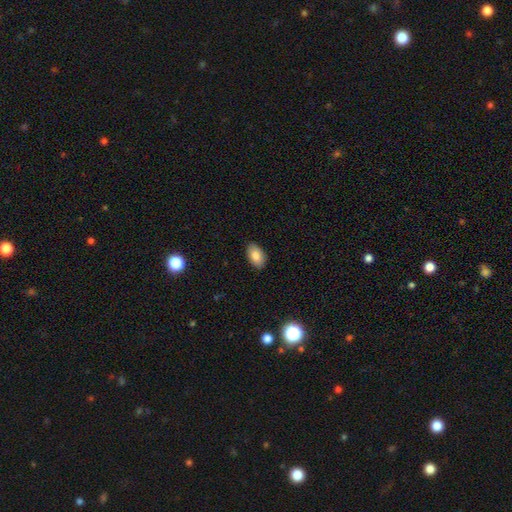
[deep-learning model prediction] Smooth or featured? Predicted: smooth (p=0.82). How rounded? Predicted: in between (p=0.92). Merging? Predicted: none (p=0.87).